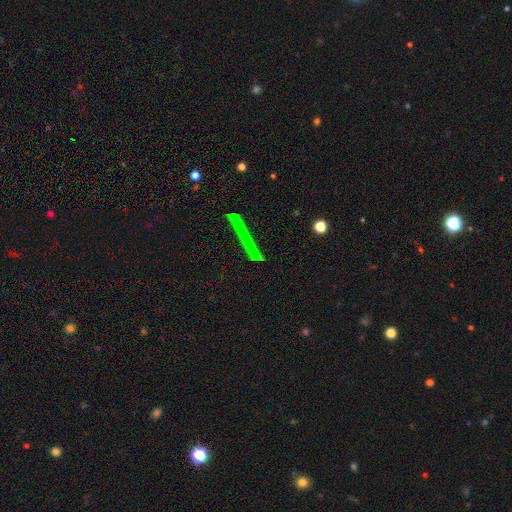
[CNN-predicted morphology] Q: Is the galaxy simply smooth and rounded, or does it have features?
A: star or artifact — 63%.